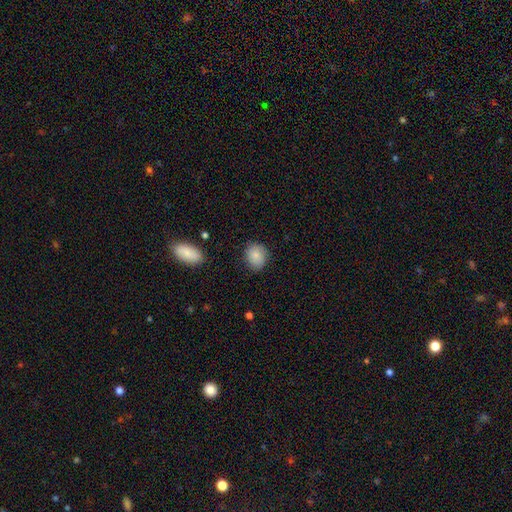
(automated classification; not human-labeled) Morphology: type=smooth (83%); roundness=round (62%); merging=none (80%).